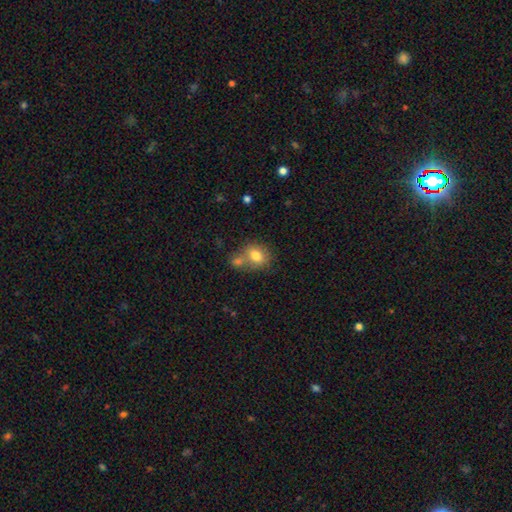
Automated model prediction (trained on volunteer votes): A smooth galaxy with no disk features (78%) that is round (51%).

Vote fractions:
- Smooth or featured? smooth: 78% / featured or disk: 13% / star or artifact: 9%
- How rounded? round: 51% / in between: 48% / cigar-shaped: 1%
- Merging? none: 44% / merger: 39% / minor disturbance: 13% / major disturbance: 5%